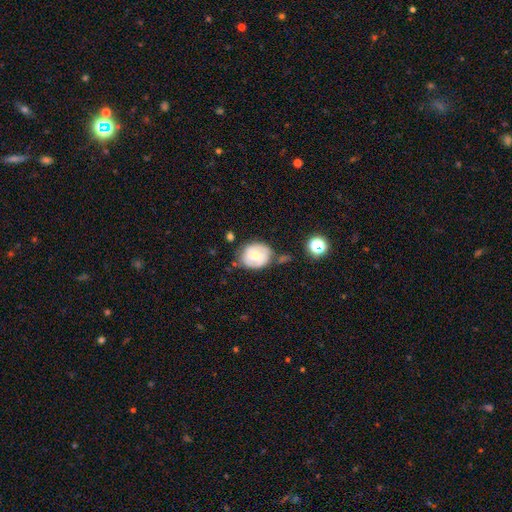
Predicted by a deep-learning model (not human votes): This appears to be a smooth galaxy with no disk features (51%) that is round (62%). Merging: none (57%).